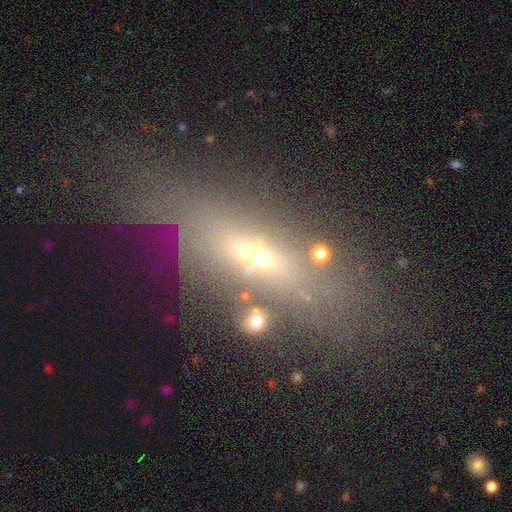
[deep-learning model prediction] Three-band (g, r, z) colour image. It shows a featured or disk galaxy (45%). Merging: none (45%).